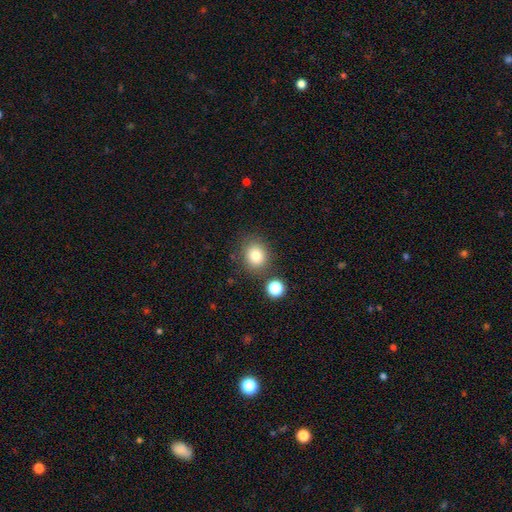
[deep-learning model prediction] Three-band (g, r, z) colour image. It shows a smooth galaxy with no disk features (81%) that is round (72%). Merging: none (78%).